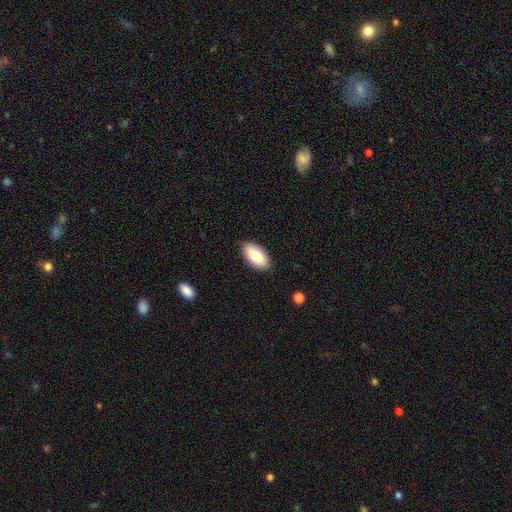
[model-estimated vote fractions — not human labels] A smooth galaxy with no disk features (83%) that is in between round and cigar-shaped (95%).

Vote fractions:
- Smooth or featured? smooth: 83% / featured or disk: 11% / star or artifact: 6%
- How rounded? in between: 95% / cigar-shaped: 3% / round: 2%
- Merging? none: 88% / minor disturbance: 9% / major disturbance: 2% / merger: 1%